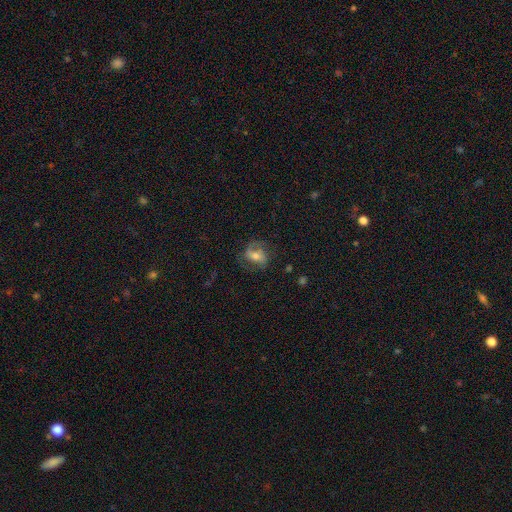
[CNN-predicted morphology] smooth_or_featured: featured or disk (p=0.52) [alt: smooth p=0.39]
disk_edge_on: no (p=0.95) [alt: yes p=0.05]
merging: none (p=0.64) [alt: minor disturbance p=0.20]